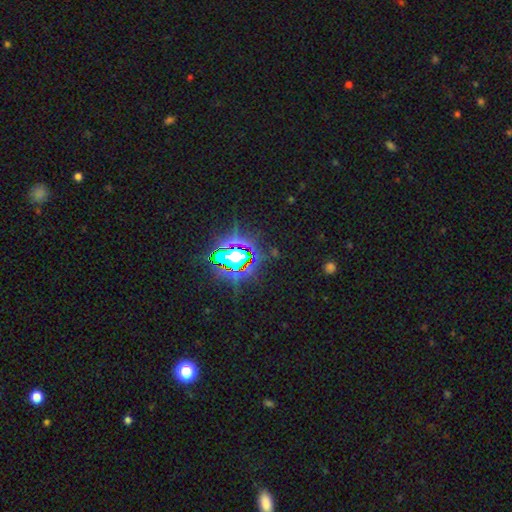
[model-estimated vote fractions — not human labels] smooth_or_featured: star or artifact (p=0.75) [alt: smooth p=0.14]